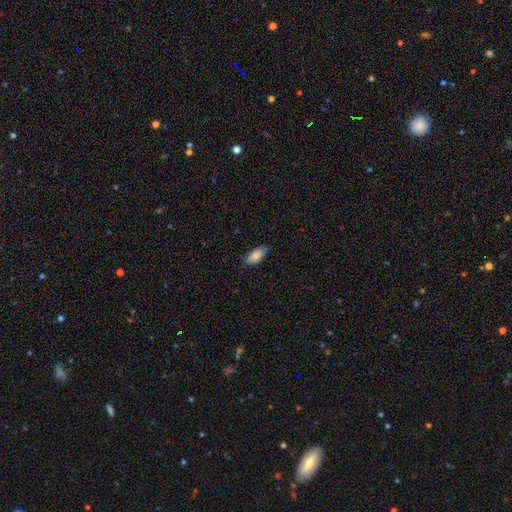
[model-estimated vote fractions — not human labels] This appears to be a smooth galaxy with no disk features (82%) that is in between round and cigar-shaped (90%). Merging: none (85%).